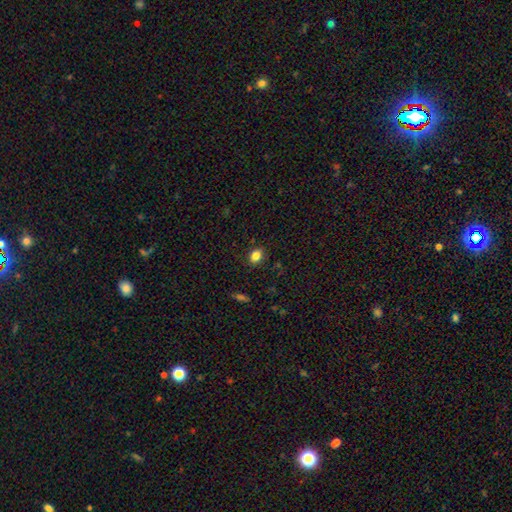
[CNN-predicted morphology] Overall: smooth (83%). How rounded: in between (57%; round 42%). Merging: none (87%).